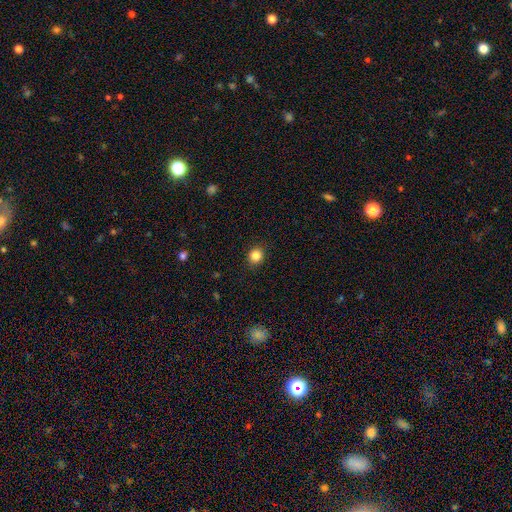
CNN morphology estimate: Smooth or featured? Predicted: smooth (p=0.85). How rounded? Predicted: round (p=0.82). Merging? Predicted: none (p=0.91).